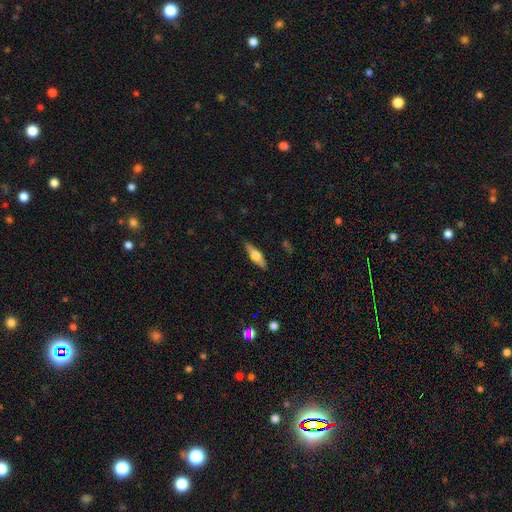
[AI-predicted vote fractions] This appears to be a smooth galaxy with no disk features (53%) that is cigar-shaped (64%). Merging: none (87%).